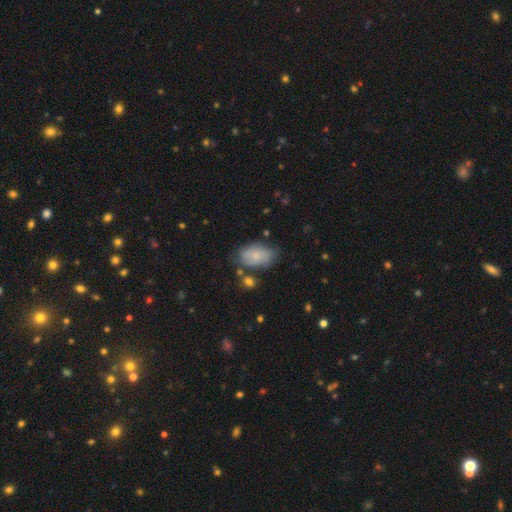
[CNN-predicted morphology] smooth_or_featured: smooth (p=0.76) [alt: featured or disk p=0.17]
how_rounded: in between (p=0.90) [alt: round p=0.08]
merging: none (p=0.65) [alt: minor disturbance p=0.23]